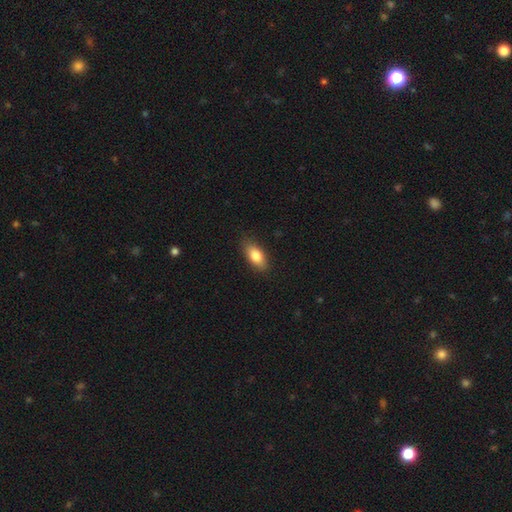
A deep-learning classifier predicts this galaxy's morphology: A smooth galaxy with no disk features (82%) that is in between round and cigar-shaped (86%).

Vote fractions:
- Smooth or featured? smooth: 82% / featured or disk: 11% / star or artifact: 7%
- How rounded? in between: 86% / cigar-shaped: 9% / round: 5%
- Merging? none: 85% / minor disturbance: 11% / major disturbance: 2% / merger: 1%